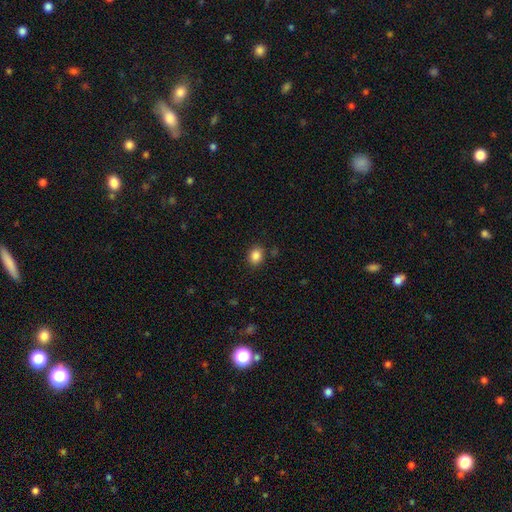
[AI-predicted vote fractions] Smooth or featured? Predicted: smooth (p=0.86). How rounded? Predicted: round (p=0.50). Merging? Predicted: none (p=0.85).